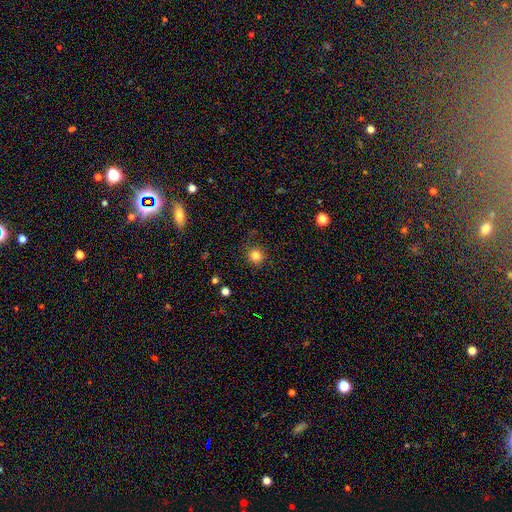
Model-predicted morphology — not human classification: smooth-or-featured: smooth: 82% | star or artifact: 13% | featured or disk: 5%
  how-rounded: round: 93% | in between: 6% | cigar-shaped: 1%
  merging: none: 88% | minor disturbance: 9% | major disturbance: 3% | merger: 1%